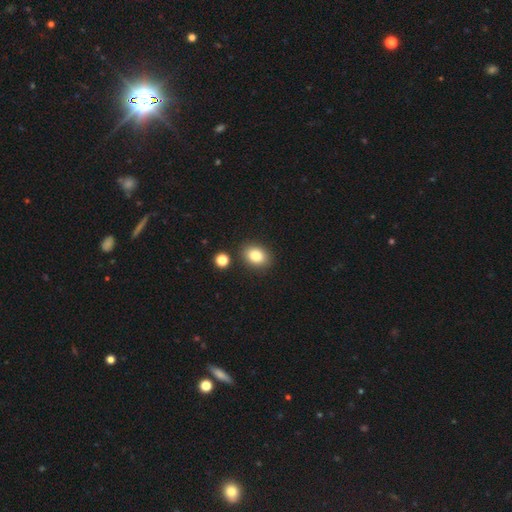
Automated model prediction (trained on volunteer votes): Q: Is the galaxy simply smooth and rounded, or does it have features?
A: smooth — 84%.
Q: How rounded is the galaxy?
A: in between — 69%.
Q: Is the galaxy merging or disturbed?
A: none — 84%.